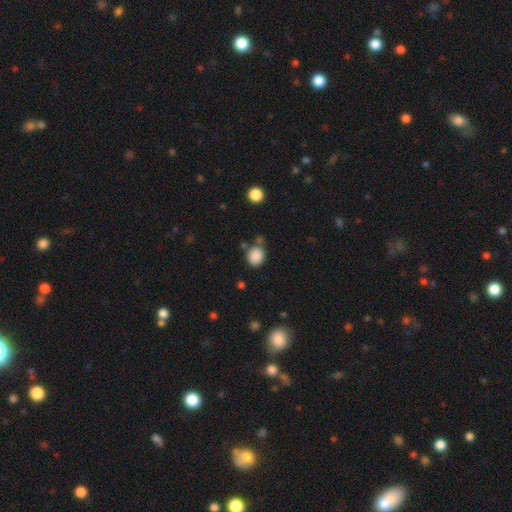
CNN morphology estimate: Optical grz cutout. It shows a smooth galaxy with no disk features (87%) that is round (72%). Merging: none (69%).